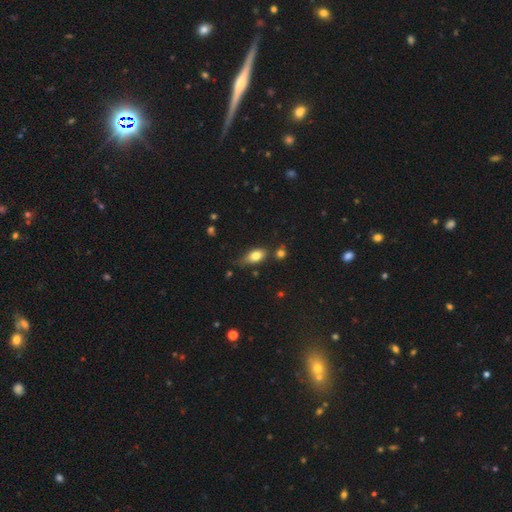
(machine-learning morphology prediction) Q: Smooth or featured?
A: smooth (79%); runner-up: featured or disk (12%)
Q: How rounded?
A: in between (84%); runner-up: round (8%)
Q: Merging?
A: none (54%); runner-up: minor disturbance (28%)